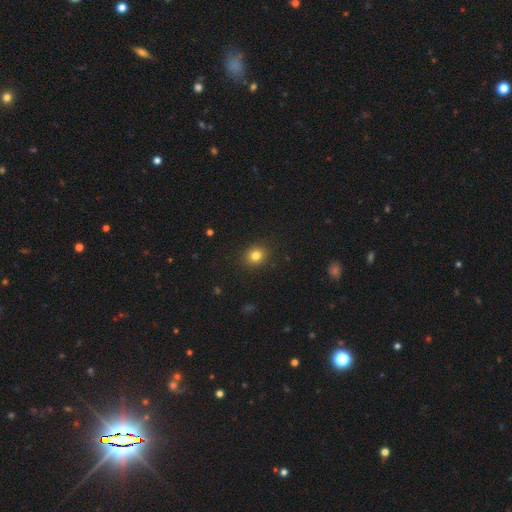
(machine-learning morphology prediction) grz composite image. It shows a smooth galaxy with no disk features (82%) that is round (74%). Merging: none (90%).